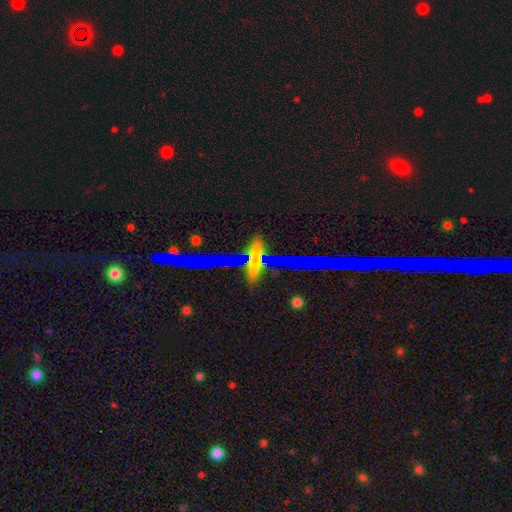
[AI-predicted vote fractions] star or artifact 56%, featured or disk 26%, smooth 17%.